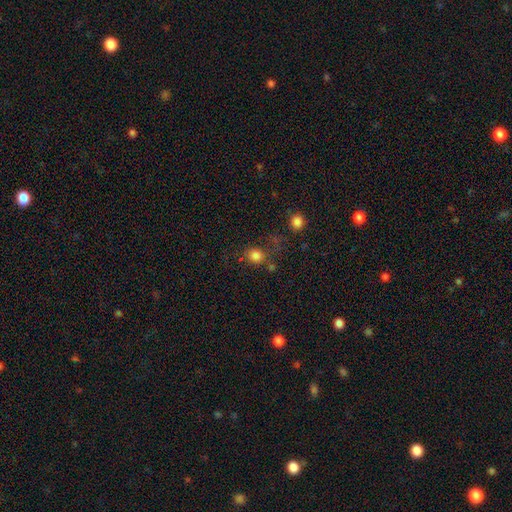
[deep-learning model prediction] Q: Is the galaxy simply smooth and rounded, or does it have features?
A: smooth — 82%.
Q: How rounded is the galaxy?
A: round — 79%.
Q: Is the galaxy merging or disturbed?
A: none — 70%.